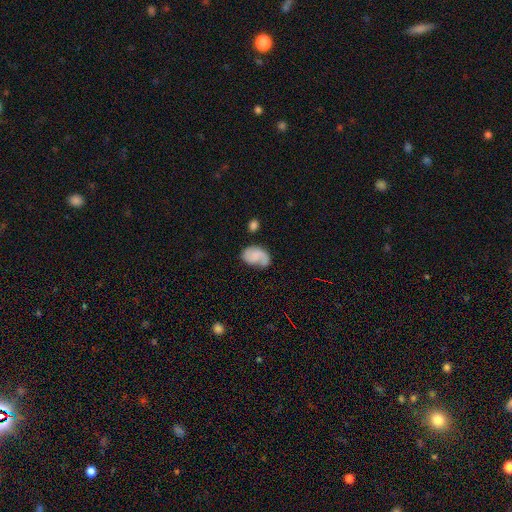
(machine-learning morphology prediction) A smooth galaxy with no disk features (47%).

Vote fractions:
- Smooth or featured? smooth: 47% / featured or disk: 45% / star or artifact: 8%
- Merging? none: 52% / minor disturbance: 28% / major disturbance: 15% / merger: 5%